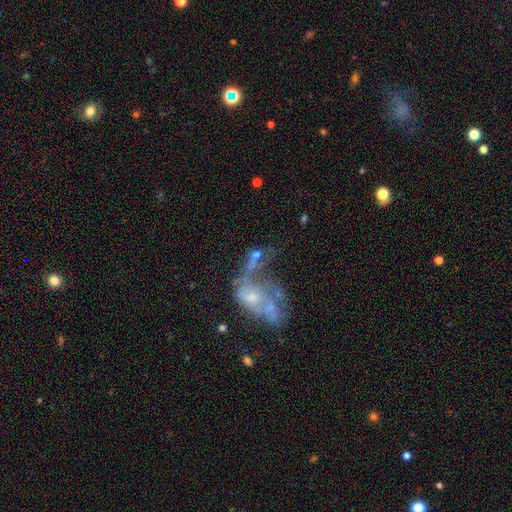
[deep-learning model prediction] Q: Smooth or featured?
A: featured or disk (54%); runner-up: smooth (30%)
Q: Edge-on disk?
A: no (94%); runner-up: yes (6%)
Q: Bar?
A: no (78%); runner-up: weak (17%)
Q: Spiral arms?
A: no (64%); runner-up: yes (36%)
Q: Bulge size?
A: small (36%); runner-up: moderate (31%)
Q: Merging?
A: merger (40%); runner-up: major disturbance (29%)